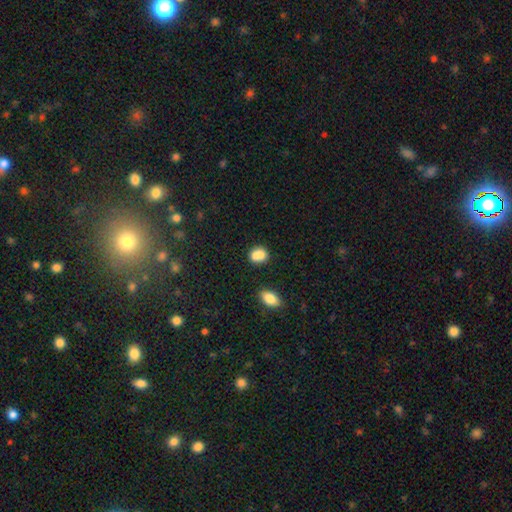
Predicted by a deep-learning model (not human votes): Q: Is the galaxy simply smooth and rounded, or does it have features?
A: smooth — 80%.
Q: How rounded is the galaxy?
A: round — 53%.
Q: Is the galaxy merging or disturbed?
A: none — 43%.